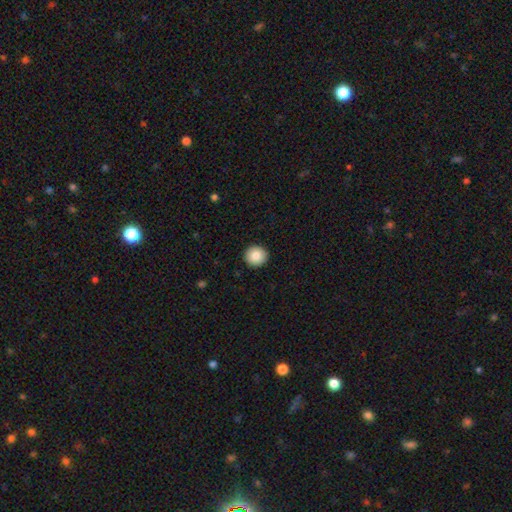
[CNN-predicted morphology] Smooth or featured: smooth — 86% (star or artifact — 8%)
How rounded: round — 95% (in between — 4%)
Merging: none — 93% (minor disturbance — 4%)